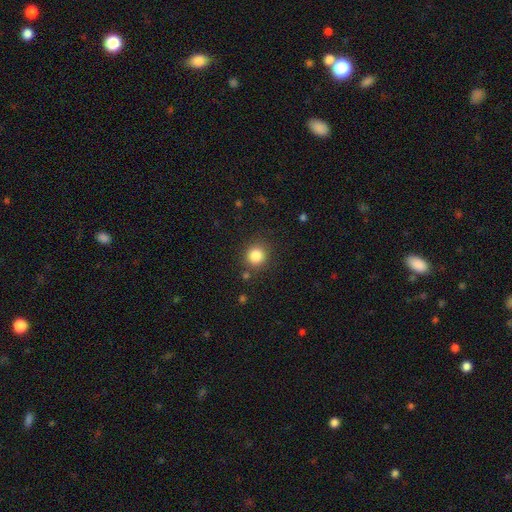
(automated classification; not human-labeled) Smooth or featured: smooth — 84% (star or artifact — 11%)
How rounded: round — 90% (in between — 10%)
Merging: none — 85% (minor disturbance — 9%)